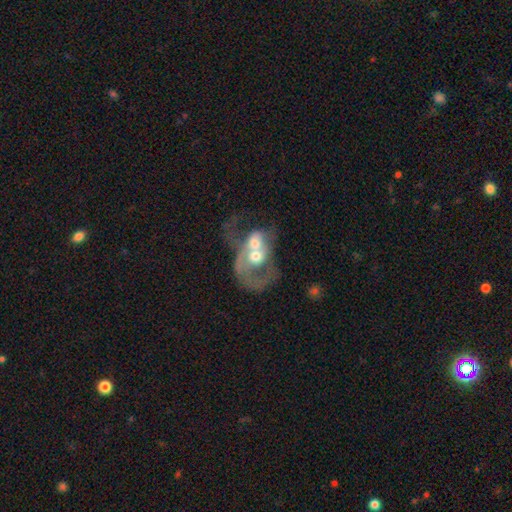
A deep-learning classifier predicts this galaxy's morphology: type=featured or disk (60%); edge-on=no (96%); bar=no (79%); spiral arms=no (52%); bulge=moderate (63%); merging=merger (78%).